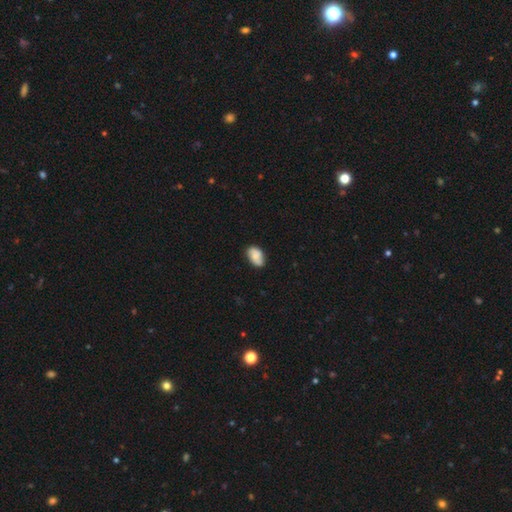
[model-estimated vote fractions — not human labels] Morphology: type=smooth (69%); roundness=in between (90%); merging=none (73%).